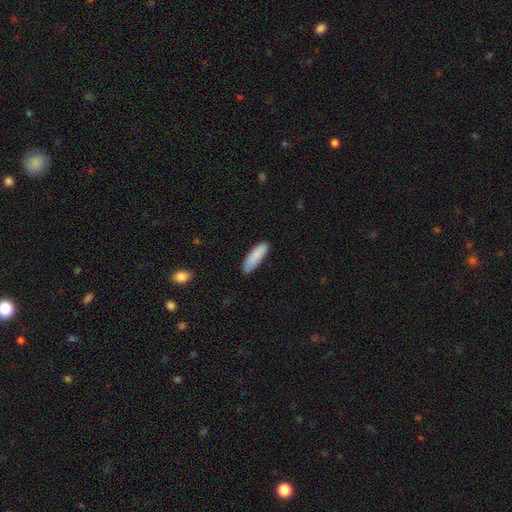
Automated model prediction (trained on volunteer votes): This appears to be a smooth galaxy with no disk features (86%) that is cigar-shaped (51%). Merging: none (84%).